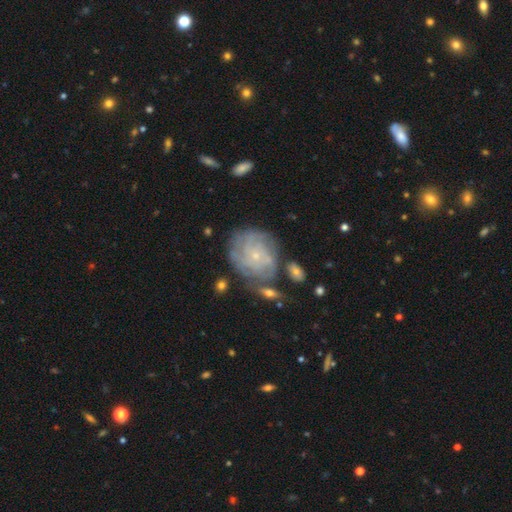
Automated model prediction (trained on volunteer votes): smooth_or_featured: featured or disk (p=0.78) [alt: smooth p=0.15]
disk_edge_on: no (p=0.97) [alt: yes p=0.03]
bar: no (p=0.81) [alt: weak p=0.16]
has_spiral_arms: yes (p=0.90) [alt: no p=0.10]
spiral_winding: tight (p=0.68) [alt: medium p=0.24]
spiral_arm_count: can't tell (p=0.40) [alt: 4 p=0.21]
bulge_size: small (p=0.86) [alt: moderate p=0.09]
merging: none (p=0.62) [alt: minor disturbance p=0.20]